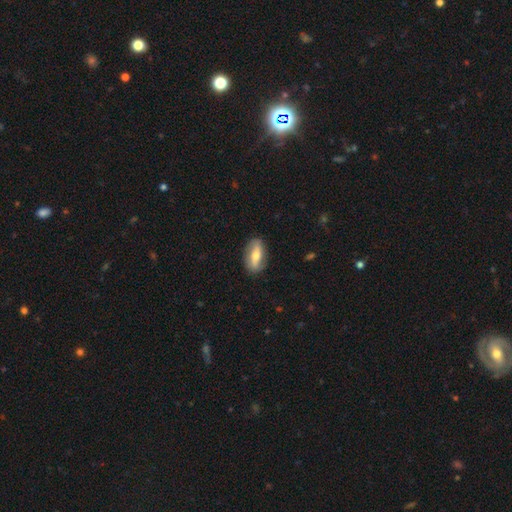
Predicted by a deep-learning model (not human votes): The model was most divided on "smooth or featured": featured or disk: 48%, smooth: 46%, star or artifact: 6%. More confident: merging — none (84%).